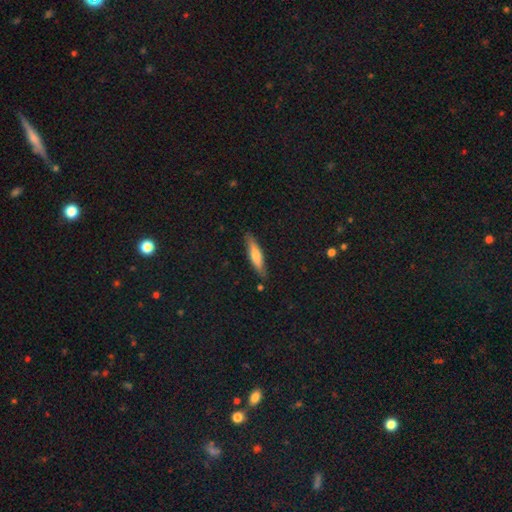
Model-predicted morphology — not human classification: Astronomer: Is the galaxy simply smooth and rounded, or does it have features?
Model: smooth — 60%.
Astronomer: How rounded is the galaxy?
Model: cigar-shaped — 78%.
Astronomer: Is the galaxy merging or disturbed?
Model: none — 84%.